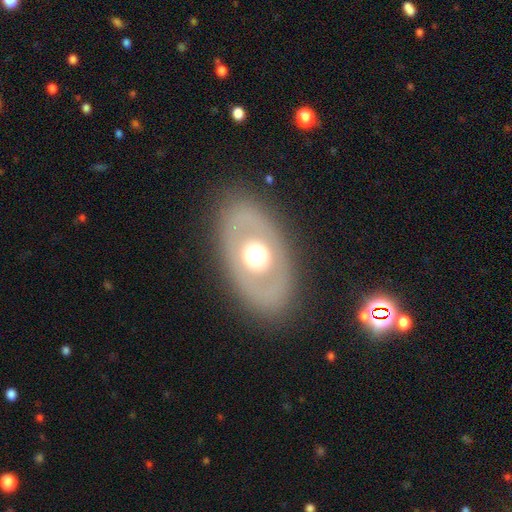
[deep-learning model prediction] smooth-or-featured: featured or disk: 49% | smooth: 44% | star or artifact: 7%
  merging: none: 84% | minor disturbance: 10% | major disturbance: 6% | merger: 1%